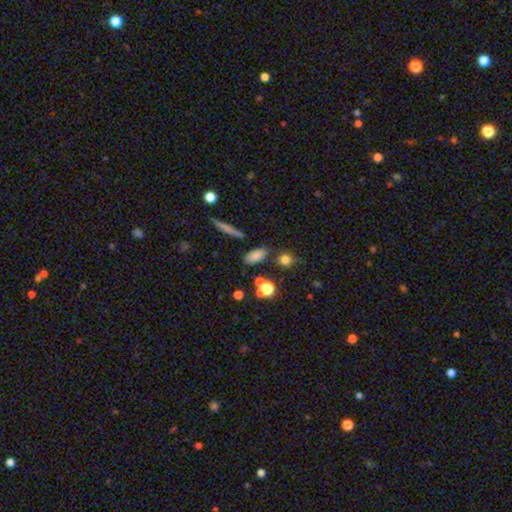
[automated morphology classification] smooth 80%, star or artifact 12%, featured or disk 8%. Down the decision tree: how rounded — in between (79%); merging — none (74%).